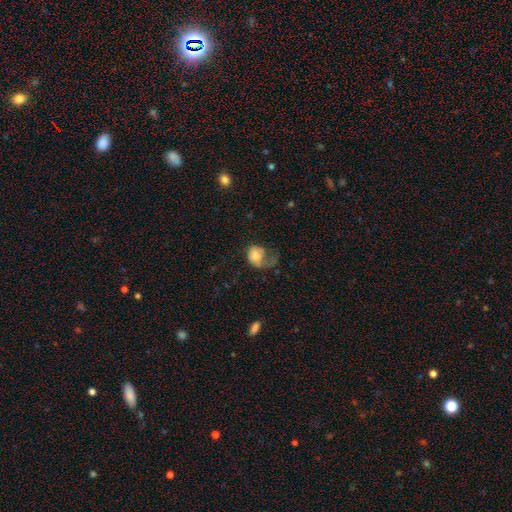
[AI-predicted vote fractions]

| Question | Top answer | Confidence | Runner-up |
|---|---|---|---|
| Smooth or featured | smooth | 65% | featured or disk (26%) |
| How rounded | in between | 59% | round (39%) |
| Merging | major disturbance | 56% | minor disturbance (21%) |